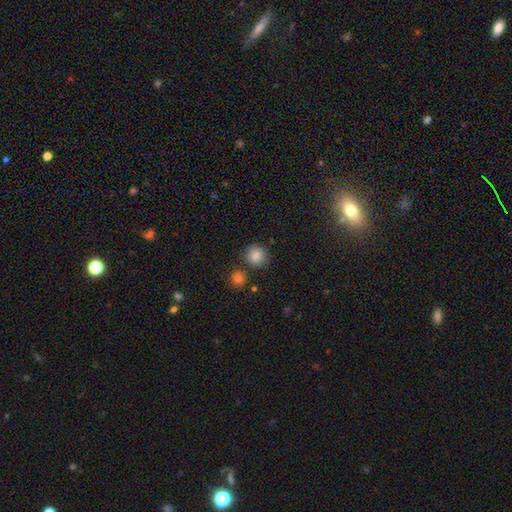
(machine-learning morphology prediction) Overall: smooth (86%). How rounded: round (92%). Merging: none (80%).